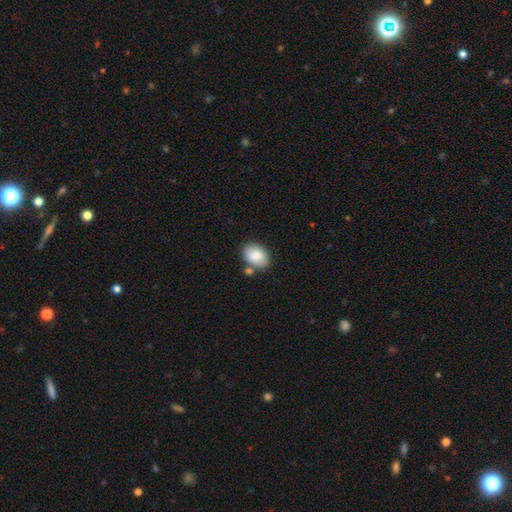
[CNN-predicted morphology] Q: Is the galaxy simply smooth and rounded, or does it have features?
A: smooth — 86%.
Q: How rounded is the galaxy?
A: in between — 78%.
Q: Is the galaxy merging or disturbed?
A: none — 72%.